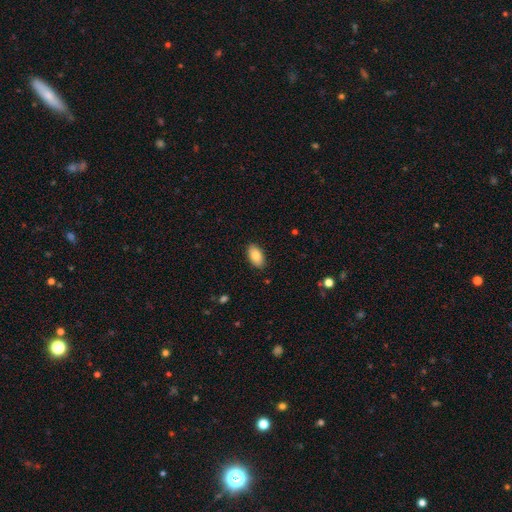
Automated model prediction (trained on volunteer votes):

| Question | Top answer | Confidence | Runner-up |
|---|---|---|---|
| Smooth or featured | smooth | 84% | featured or disk (9%) |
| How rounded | in between | 94% | round (4%) |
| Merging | none | 88% | minor disturbance (9%) |